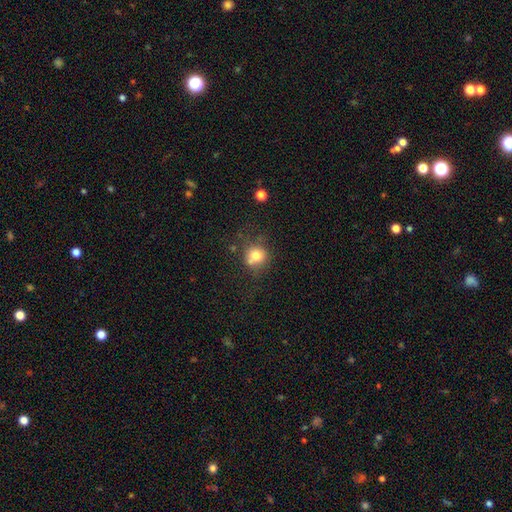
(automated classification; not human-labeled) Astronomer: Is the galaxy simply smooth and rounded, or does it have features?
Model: smooth — 75%.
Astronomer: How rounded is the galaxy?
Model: round — 87%.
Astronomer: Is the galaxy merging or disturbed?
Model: none — 60%.